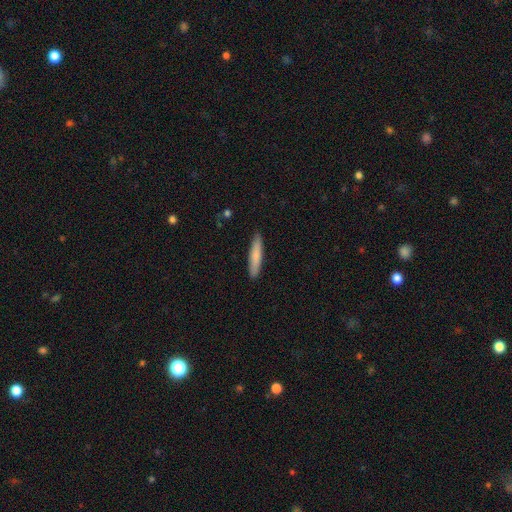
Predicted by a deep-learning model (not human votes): smooth-or-featured: smooth: 79% | featured or disk: 15% | star or artifact: 5%
  how-rounded: cigar-shaped: 89% | in between: 10% | round: 1%
  merging: none: 90% | minor disturbance: 7% | major disturbance: 1% | merger: 1%